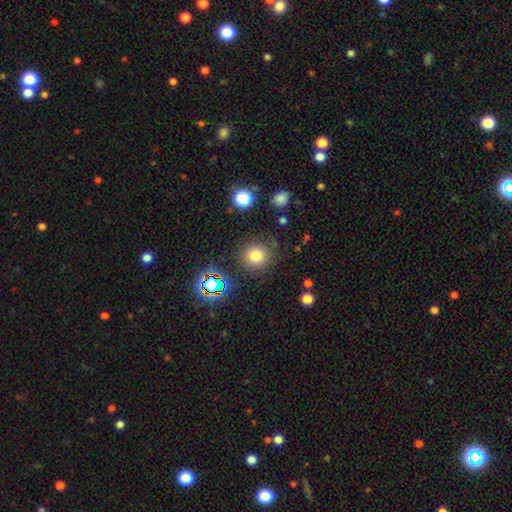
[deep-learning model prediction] The model was most divided on "smooth or featured": smooth: 74%, star or artifact: 18%, featured or disk: 8%. More confident: how rounded — round (93%); merging — none (85%).